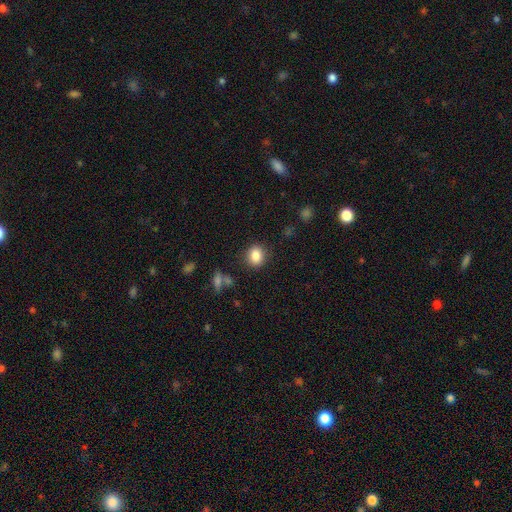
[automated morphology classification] smooth 84%, star or artifact 10%, featured or disk 6%. Down the decision tree: how rounded — round (57%); merging — none (85%).